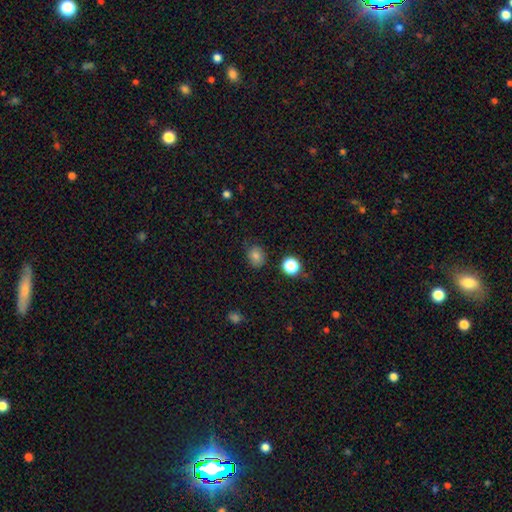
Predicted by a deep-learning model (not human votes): Smooth or featured: smooth — 78% (star or artifact — 15%)
How rounded: round — 51% (in between — 48%)
Merging: none — 75% (minor disturbance — 18%)